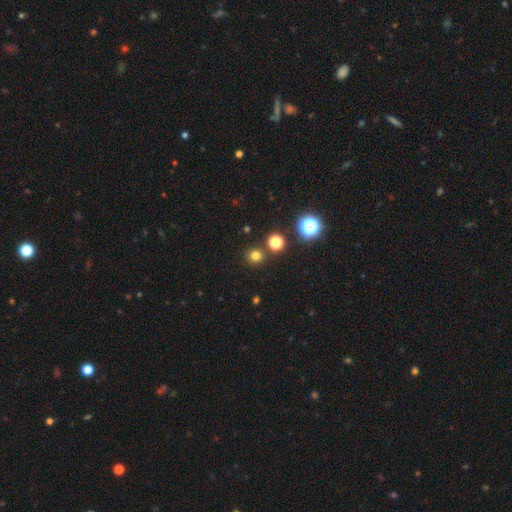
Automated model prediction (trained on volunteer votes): A smooth galaxy with no disk features (72%) that is round (92%). Merging: none (85%).